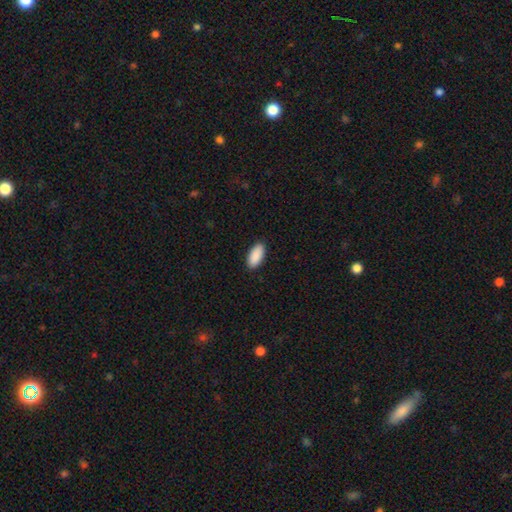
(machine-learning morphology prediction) A smooth galaxy with no disk features (92%) that is in between round and cigar-shaped (91%).

Vote fractions:
- Smooth or featured? smooth: 92% / star or artifact: 6% / featured or disk: 3%
- How rounded? in between: 91% / cigar-shaped: 7% / round: 2%
- Merging? none: 90% / minor disturbance: 7% / major disturbance: 2% / merger: 1%